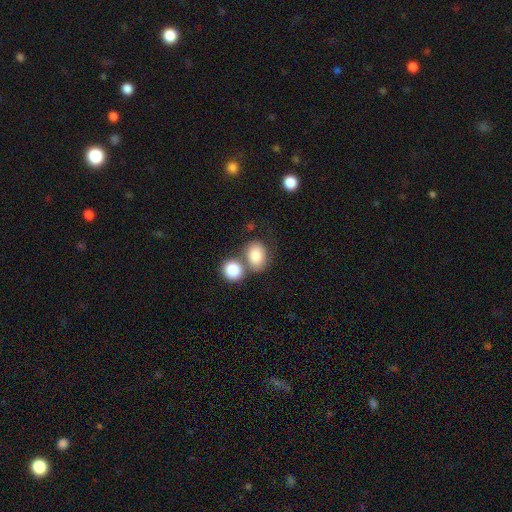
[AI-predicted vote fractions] smooth-or-featured: smooth: 84% | featured or disk: 9% | star or artifact: 7%
  how-rounded: in between: 58% | round: 40% | cigar-shaped: 1%
  merging: merger: 41% (tied) | none: 41% (tied) | minor disturbance: 12% | major disturbance: 5%